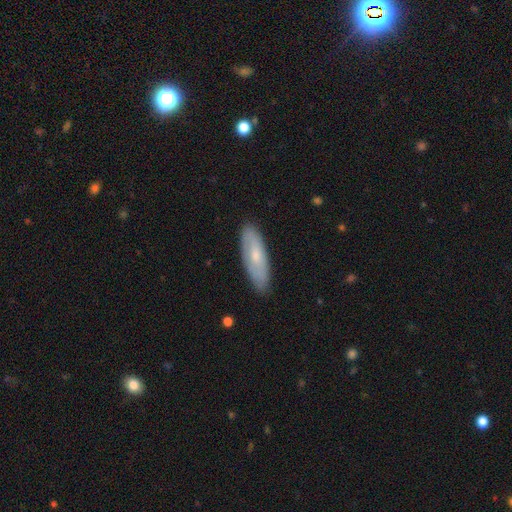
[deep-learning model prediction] smooth-or-featured: smooth: 54% | featured or disk: 39% | star or artifact: 6%
  how-rounded: in between: 53% | cigar-shaped: 45% | round: 2%
  merging: none: 83% | minor disturbance: 14% | major disturbance: 2% | merger: 1%